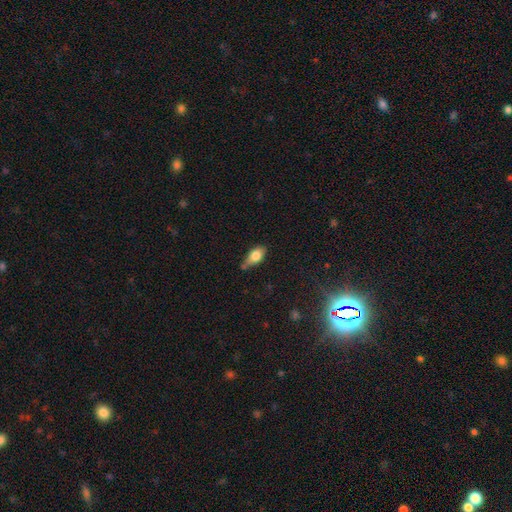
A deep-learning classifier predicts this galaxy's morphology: smooth-or-featured: smooth: 77% | featured or disk: 15% | star or artifact: 8%
  how-rounded: in between: 86% | cigar-shaped: 9% | round: 5%
  merging: none: 53% | minor disturbance: 31% | merger: 9% | major disturbance: 7%